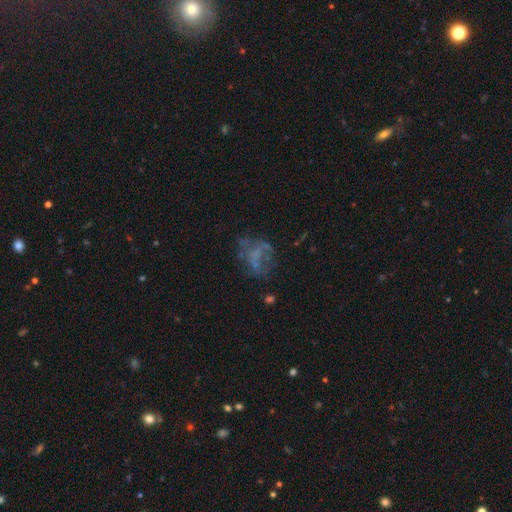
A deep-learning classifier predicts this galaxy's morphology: Smooth or featured? Predicted: featured or disk (p=0.52). Edge-on disk? Predicted: no (p=0.98). Bar? Predicted: no (p=0.86). Spiral arms? Predicted: no (p=0.84). Bulge size? Predicted: none (p=0.74). Merging? Predicted: none (p=0.46).